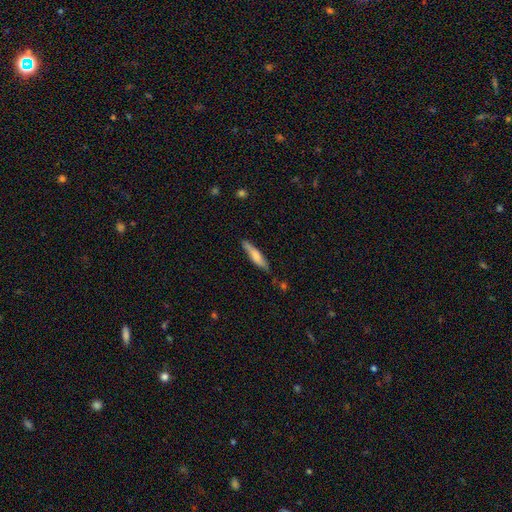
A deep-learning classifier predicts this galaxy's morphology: Overall: smooth (62%; featured or disk 32%). How rounded: cigar-shaped (83%). Merging: none (76%).